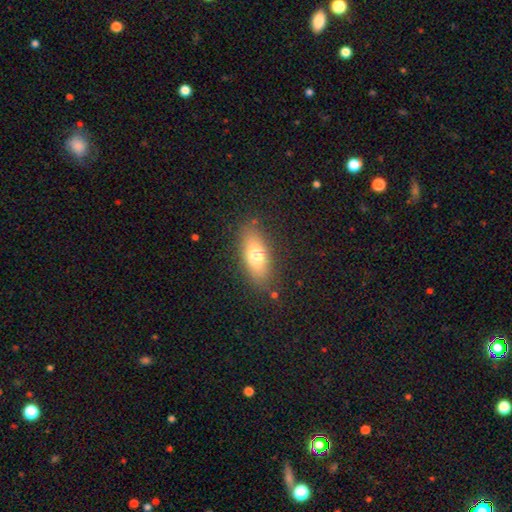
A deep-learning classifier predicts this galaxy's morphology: This appears to be a smooth galaxy with no disk features (71%) that is in between round and cigar-shaped (79%). Merging: none (81%).